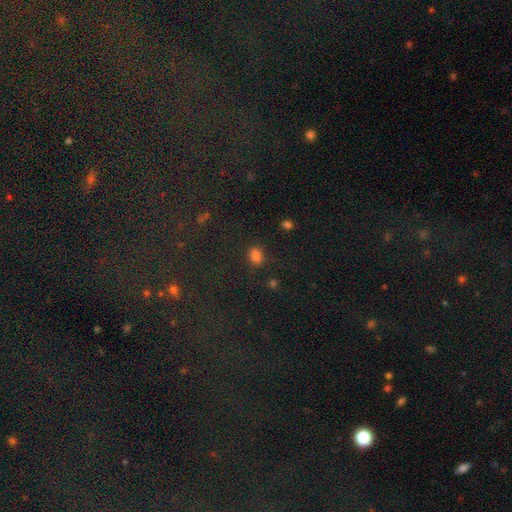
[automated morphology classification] This appears to be a smooth galaxy with no disk features (81%) that is in between round and cigar-shaped (66%). Merging: none (80%).